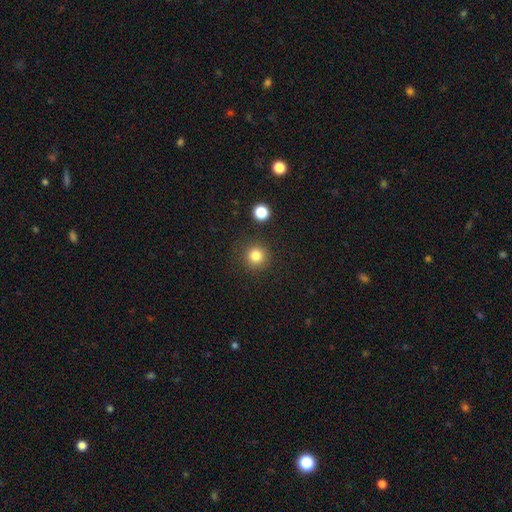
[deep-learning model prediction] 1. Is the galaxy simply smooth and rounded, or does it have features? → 82% smooth, 12% star or artifact, 5% featured or disk.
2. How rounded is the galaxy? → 94% round, 5% in between, 1% cigar-shaped.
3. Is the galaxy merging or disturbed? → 88% none, 7% minor disturbance, 3% major disturbance, 3% merger.